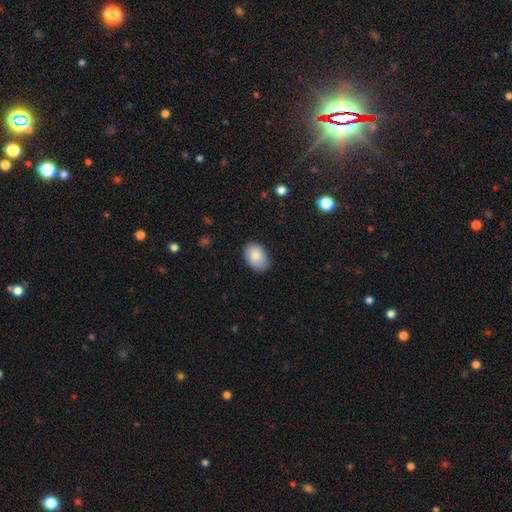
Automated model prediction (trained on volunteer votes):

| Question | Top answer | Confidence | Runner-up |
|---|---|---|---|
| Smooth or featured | smooth | 85% | featured or disk (8%) |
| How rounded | in between | 85% | round (14%) |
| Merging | none | 80% | minor disturbance (16%) |